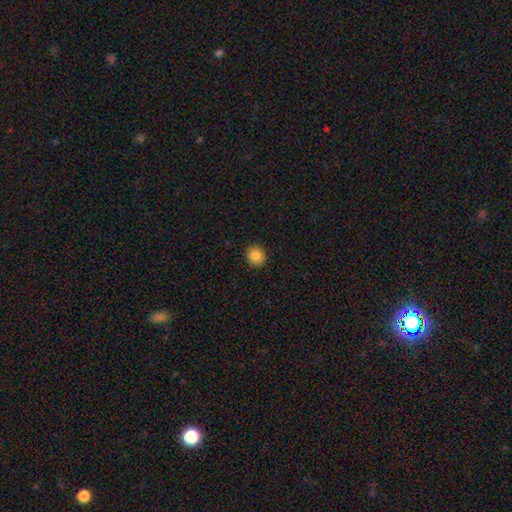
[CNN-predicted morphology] smooth 86%, star or artifact 9%, featured or disk 4%. Down the decision tree: how rounded — round (89%); merging — none (92%).